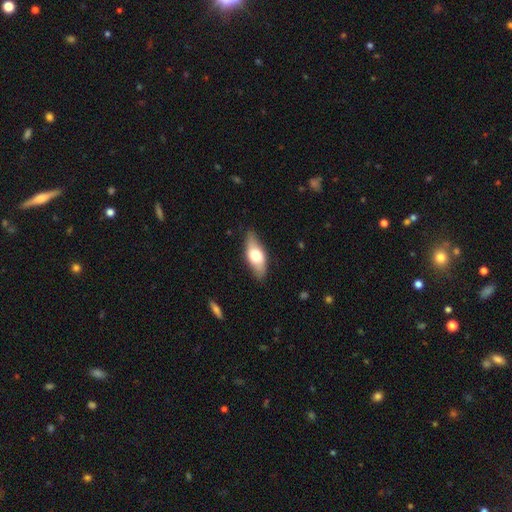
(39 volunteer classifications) Smooth or featured? smooth (49%)
How rounded? in between (79%)
Merging? none (86%)